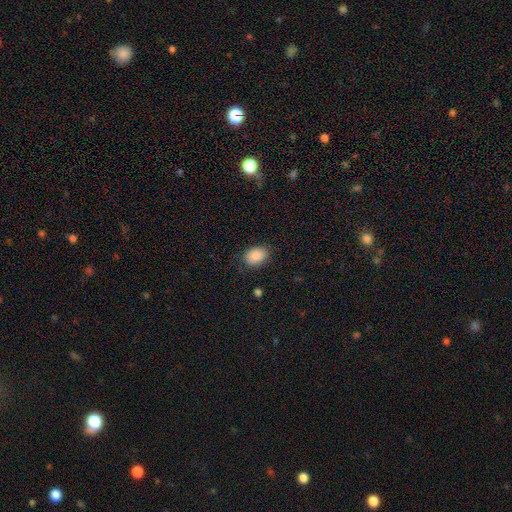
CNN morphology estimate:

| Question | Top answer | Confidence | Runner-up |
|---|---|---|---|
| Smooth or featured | smooth | 88% | star or artifact (7%) |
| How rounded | in between | 77% | round (22%) |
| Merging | none | 81% | minor disturbance (14%) |